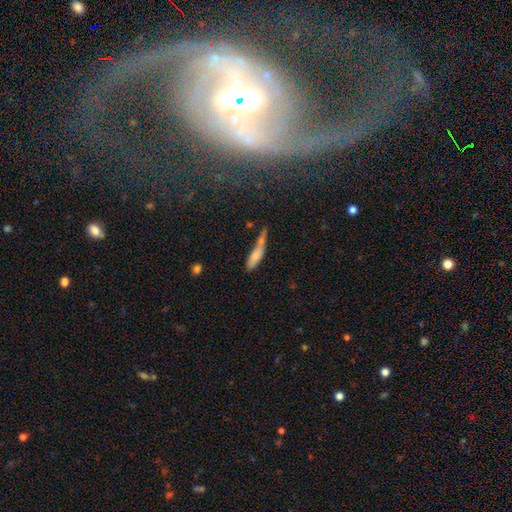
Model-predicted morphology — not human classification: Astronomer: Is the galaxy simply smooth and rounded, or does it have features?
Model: smooth — 75%.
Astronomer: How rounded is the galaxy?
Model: cigar-shaped — 71%.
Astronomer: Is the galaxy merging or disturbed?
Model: none — 38% (runner-up: minor disturbance, 28%).